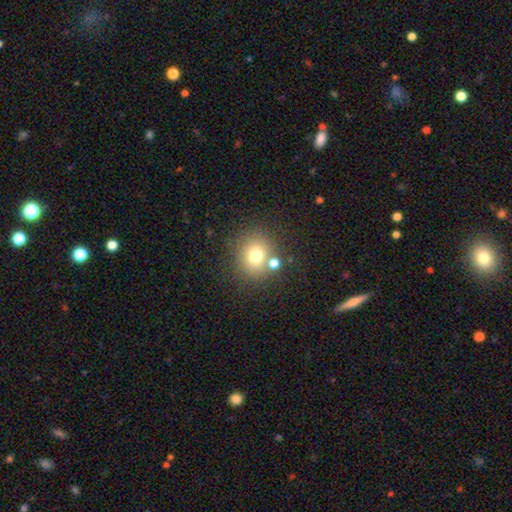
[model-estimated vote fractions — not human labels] smooth_or_featured: smooth (p=0.72) [alt: star or artifact p=0.16]
how_rounded: round (p=0.83) [alt: in between p=0.16]
merging: none (p=0.71) [alt: merger p=0.15]